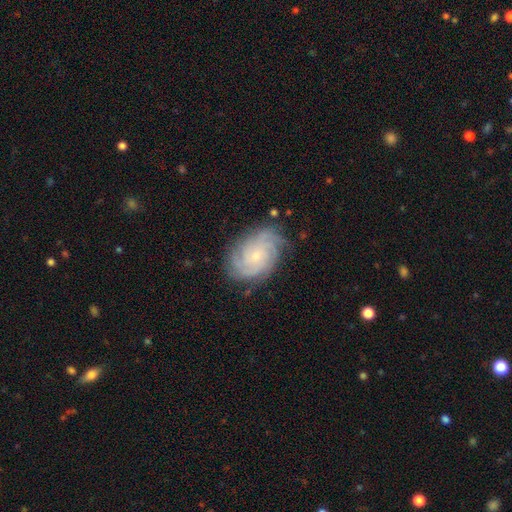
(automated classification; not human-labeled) The model was most divided on "spiral arm count": 4: 30%, can't tell: 26%, 3: 17%, more than 4: 12%, 2: 10%, 1: 6%. More confident: spiral arms — yes (97%); edge-on disk — no (97%); smooth or featured — featured or disk (83%); merging — none (78%); bar — no (75%); bulge size — small (74%); spiral winding — tight (72%).